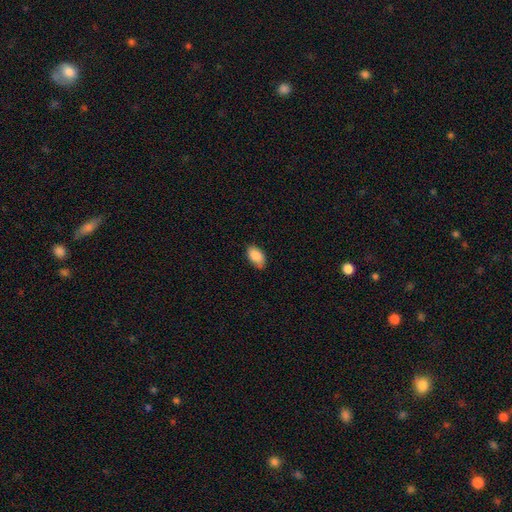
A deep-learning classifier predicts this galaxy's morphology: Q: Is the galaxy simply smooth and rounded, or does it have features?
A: smooth — 88%.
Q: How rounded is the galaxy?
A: in between — 94%.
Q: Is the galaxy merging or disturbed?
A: none — 79%.